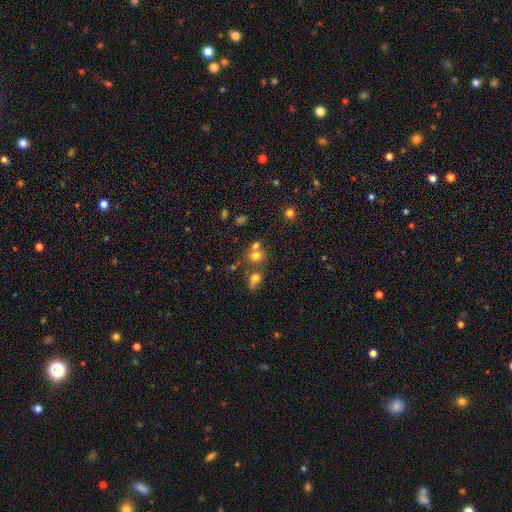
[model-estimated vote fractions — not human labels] Overall: smooth (68%). How rounded: round (73%). Merging: none (44%; merger 42%).